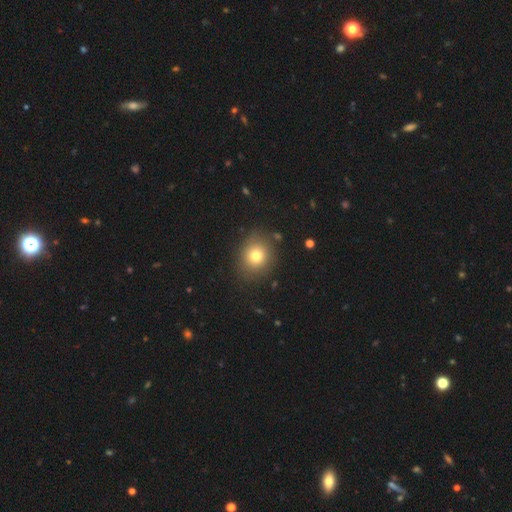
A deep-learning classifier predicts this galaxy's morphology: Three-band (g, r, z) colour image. It shows a smooth galaxy with no disk features (76%) that is round (74%). Merging: none (85%).